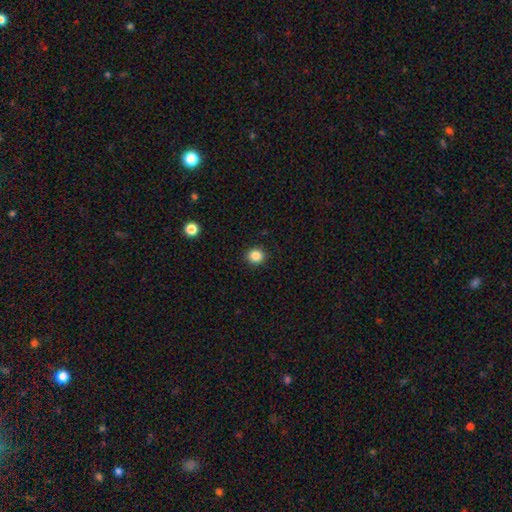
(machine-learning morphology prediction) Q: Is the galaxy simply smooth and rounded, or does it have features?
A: smooth — 85%.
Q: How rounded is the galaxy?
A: round — 86%.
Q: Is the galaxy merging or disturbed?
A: none — 92%.